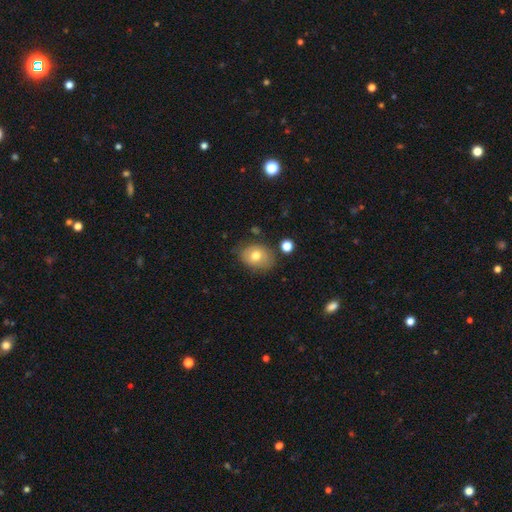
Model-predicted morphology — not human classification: smooth-or-featured: smooth: 71% | featured or disk: 20% | star or artifact: 9%
  how-rounded: in between: 58% | round: 41% | cigar-shaped: 1%
  merging: none: 74% | minor disturbance: 18% | major disturbance: 5% | merger: 4%